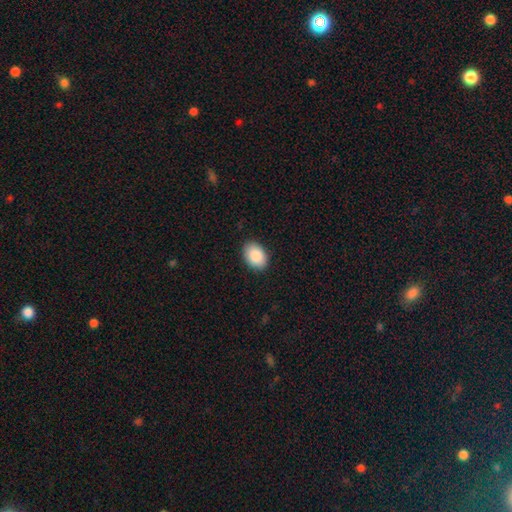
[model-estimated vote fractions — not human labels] A smooth galaxy with no disk features (89%) that is in between round and cigar-shaped (82%).

Vote fractions:
- Smooth or featured? smooth: 89% / star or artifact: 7% / featured or disk: 4%
- How rounded? in between: 82% / round: 17% / cigar-shaped: 1%
- Merging? none: 88% / minor disturbance: 9% / major disturbance: 2% / merger: 1%